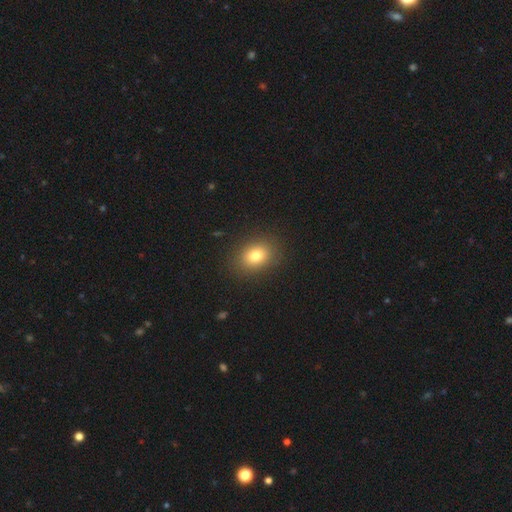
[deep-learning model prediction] smooth 79%, star or artifact 12%, featured or disk 9%. Down the decision tree: how rounded — in between (58%); merging — none (88%).